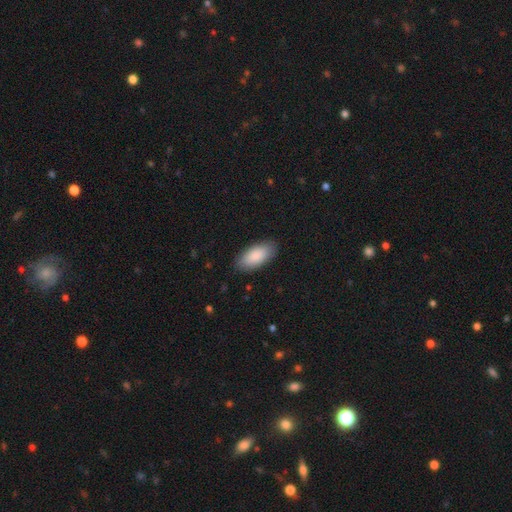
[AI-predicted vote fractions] The model was most divided on "merging": none: 87%, minor disturbance: 10%, major disturbance: 2%, merger: 1%. More confident: how rounded — in between (92%); smooth or featured — smooth (89%).